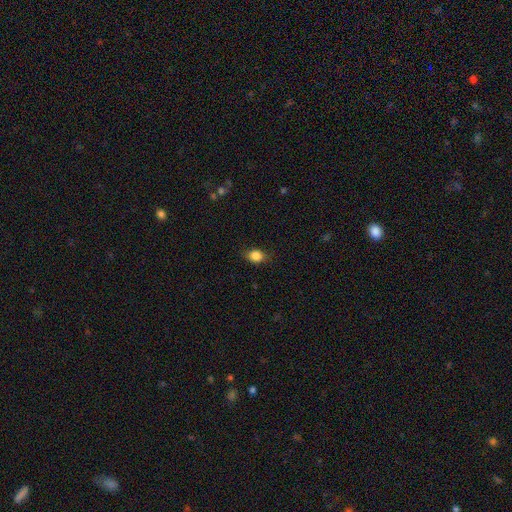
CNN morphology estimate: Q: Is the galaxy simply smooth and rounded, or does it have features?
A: smooth — 85%.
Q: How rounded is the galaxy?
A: in between — 59%.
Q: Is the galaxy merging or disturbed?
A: none — 81%.